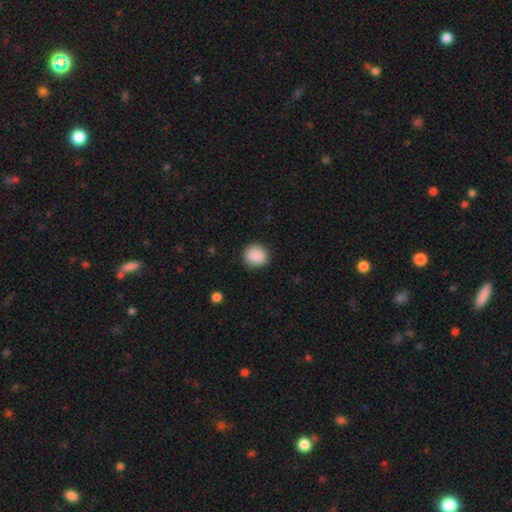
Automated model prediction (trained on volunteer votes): This appears to be a smooth galaxy with no disk features (89%) that is round (84%). Merging: none (87%).